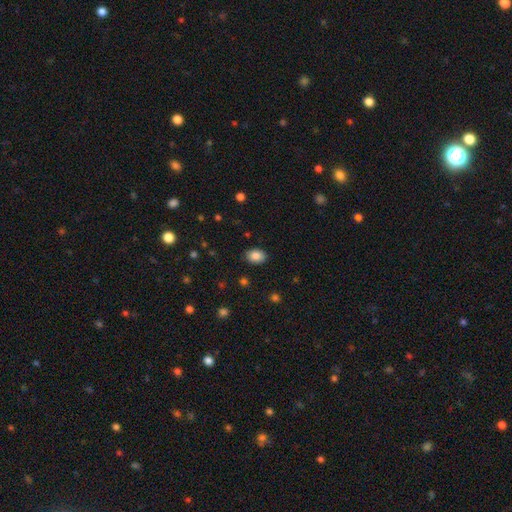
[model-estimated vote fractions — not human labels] A smooth galaxy with no disk features (85%) that is in between round and cigar-shaped (73%).

Vote fractions:
- Smooth or featured? smooth: 85% / star or artifact: 9% / featured or disk: 6%
- How rounded? in between: 73% / round: 26% / cigar-shaped: 1%
- Merging? none: 87% / minor disturbance: 9% / major disturbance: 2% / merger: 1%